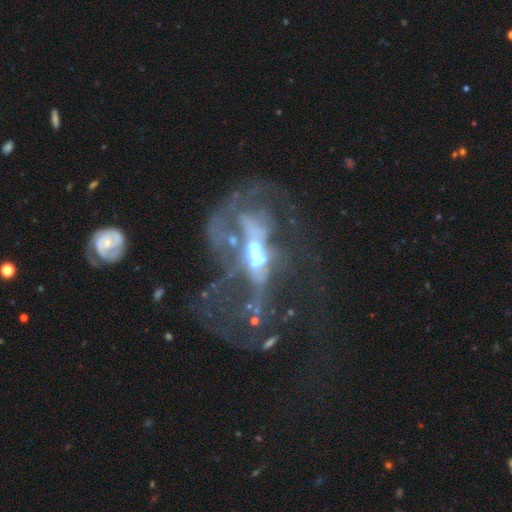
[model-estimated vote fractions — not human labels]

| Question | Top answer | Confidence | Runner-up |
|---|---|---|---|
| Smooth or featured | featured or disk | 69% | star or artifact (18%) |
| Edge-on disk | no | 92% | yes (8%) |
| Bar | no | 67% | weak (19%) |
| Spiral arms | no | 68% | yes (32%) |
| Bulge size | moderate | 51% | small (21%) |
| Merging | major disturbance | 44% | merger (33%) |